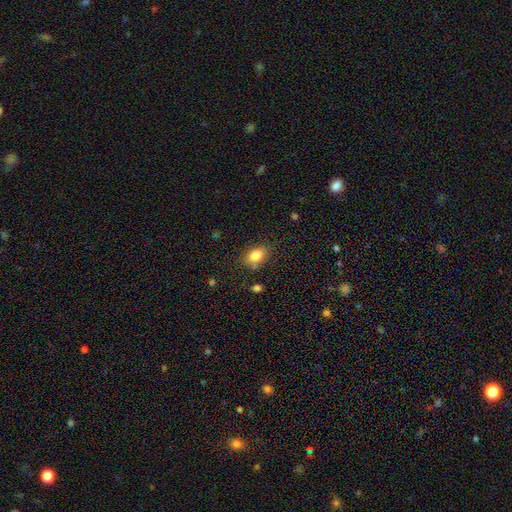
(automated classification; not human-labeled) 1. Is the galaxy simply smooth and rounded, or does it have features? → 81% smooth, 9% star or artifact, 9% featured or disk.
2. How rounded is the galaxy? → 78% in between, 19% round, 2% cigar-shaped.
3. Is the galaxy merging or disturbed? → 75% none, 16% minor disturbance, 5% merger, 4% major disturbance.